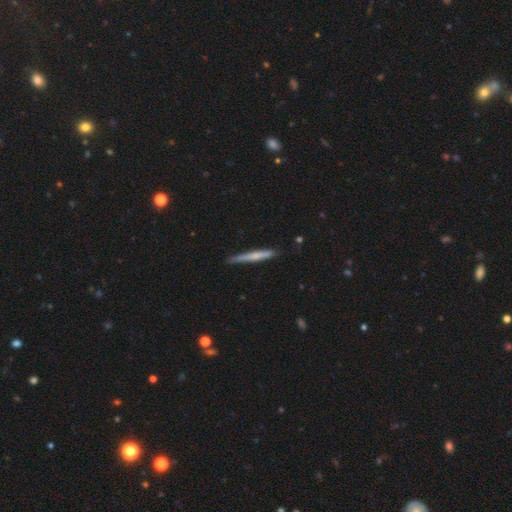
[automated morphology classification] A smooth galaxy with no disk features (56%) that is cigar-shaped (96%). Merging: none (83%).